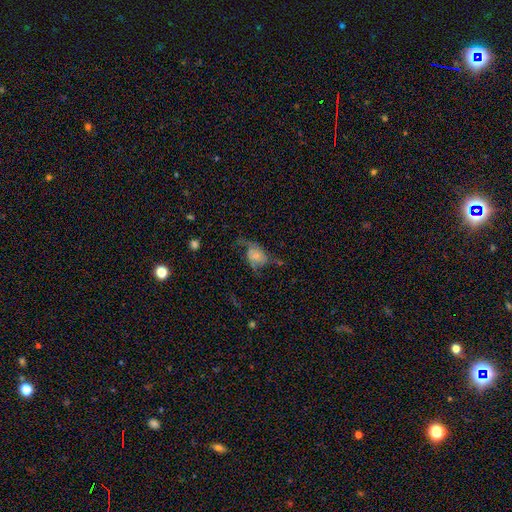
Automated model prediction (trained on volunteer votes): Smooth or featured: featured or disk — 54% (smooth — 36%)
Edge-on disk: no — 95% (yes — 5%)
Bar: no — 71% (weak — 24%)
Spiral arms: yes — 77% (no — 23%)
Bulge size: small — 39% (moderate — 23%)
Merging: none — 36% (tied with major disturbance — 36%)